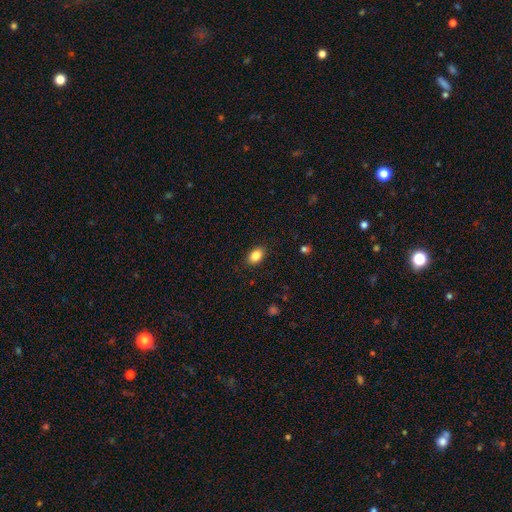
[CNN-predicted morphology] A smooth galaxy with no disk features (86%) that is in between round and cigar-shaped (85%). Merging: none (87%).